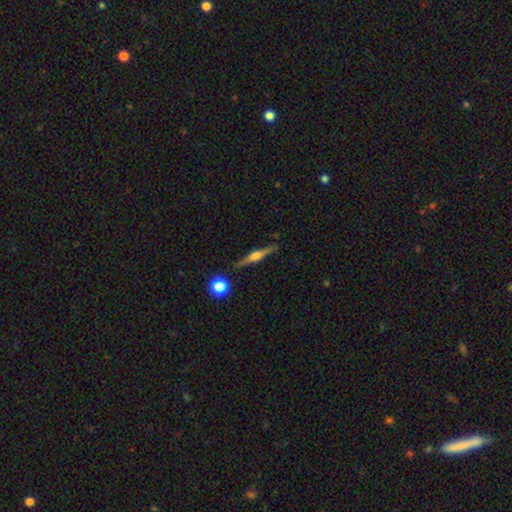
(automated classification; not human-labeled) Smooth or featured? Predicted: featured or disk (p=0.74). Edge-on disk? Predicted: yes (p=0.98). Edge-on bulge? Predicted: rounded (p=0.86). Merging? Predicted: none (p=0.87).